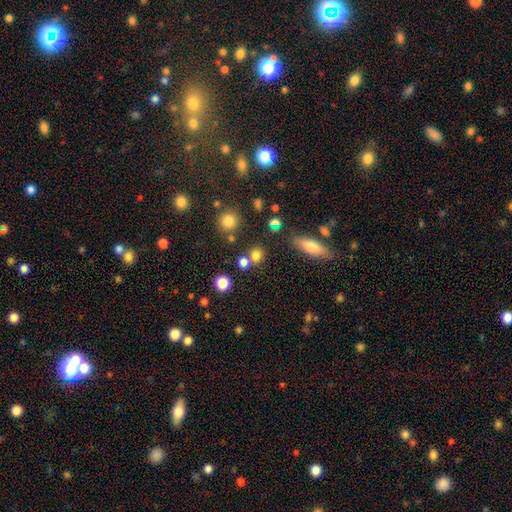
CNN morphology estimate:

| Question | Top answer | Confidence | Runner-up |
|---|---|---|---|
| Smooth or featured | smooth | 75% | star or artifact (16%) |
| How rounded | round | 83% | in between (15%) |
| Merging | none | 66% | merger (22%) |